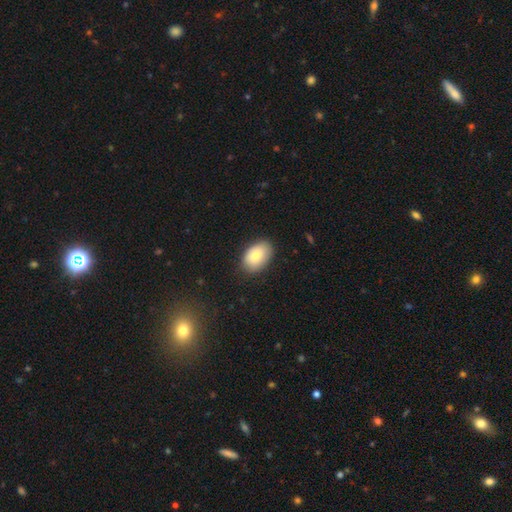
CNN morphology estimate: Smooth or featured?
  - smooth: 83% *
  - featured or disk: 10%
  - star or artifact: 7%
How rounded?
  - in between: 87% *
  - round: 12%
  - cigar-shaped: 1%
Merging?
  - none: 84% *
  - minor disturbance: 12%
  - major disturbance: 3%
  - merger: 1%